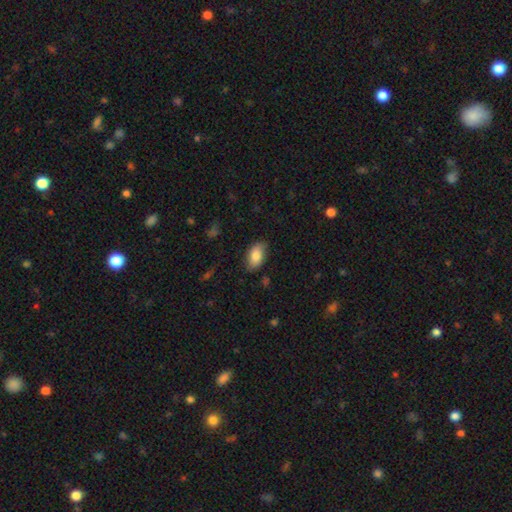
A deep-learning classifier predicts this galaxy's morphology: A smooth galaxy with no disk features (84%) that is in between round and cigar-shaped (93%). Merging: none (80%).